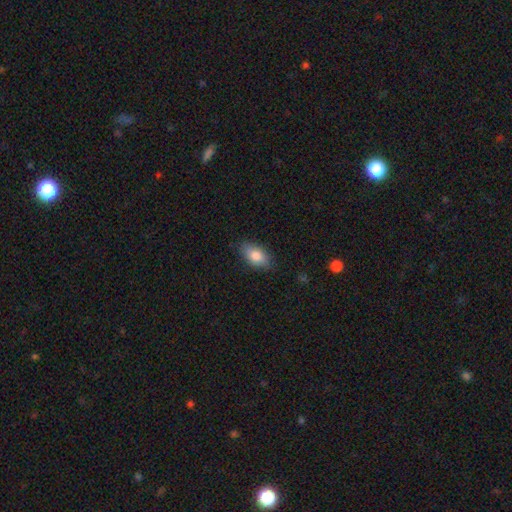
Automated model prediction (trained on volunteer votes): The model was most divided on "merging": none: 83%, minor disturbance: 13%, major disturbance: 3%, merger: 1%. More confident: how rounded — in between (91%); smooth or featured — smooth (83%).